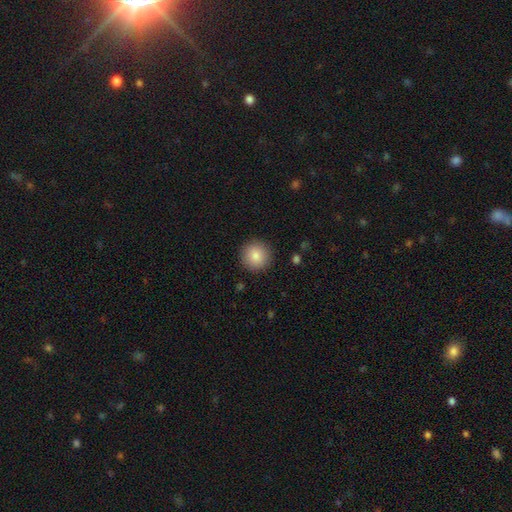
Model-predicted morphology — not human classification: Smooth or featured? smooth (86%)
How rounded? round (95%)
Merging? none (91%)